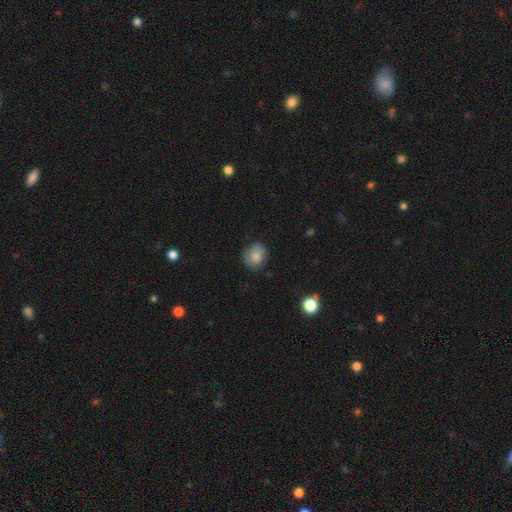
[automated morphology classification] Smooth or featured? Predicted: smooth (p=0.83). How rounded? Predicted: round (p=0.68). Merging? Predicted: none (p=0.76).